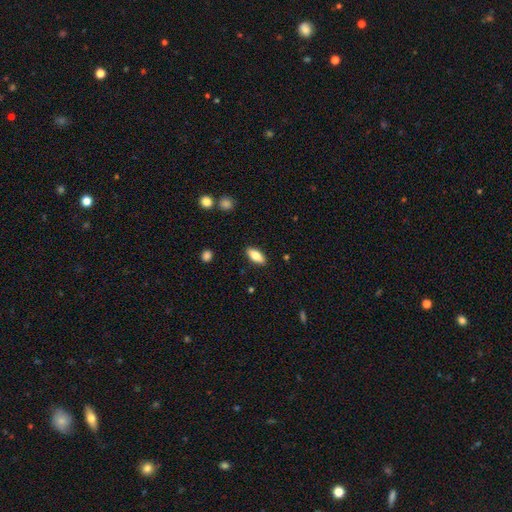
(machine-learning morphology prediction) Smooth or featured? smooth (77%)
How rounded? in between (83%)
Merging? none (89%)